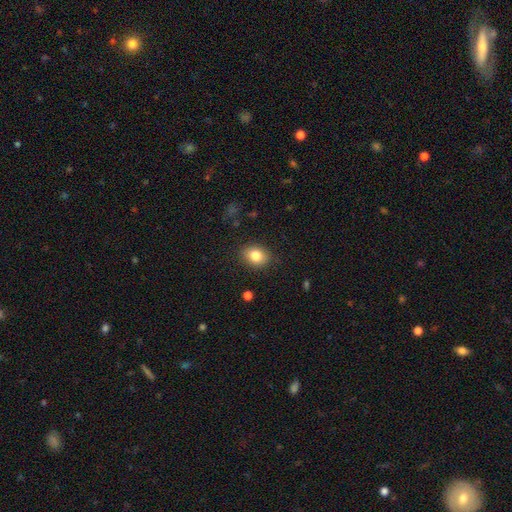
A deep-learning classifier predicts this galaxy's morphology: Smooth or featured? smooth (82%)
How rounded? in between (61%)
Merging? none (87%)